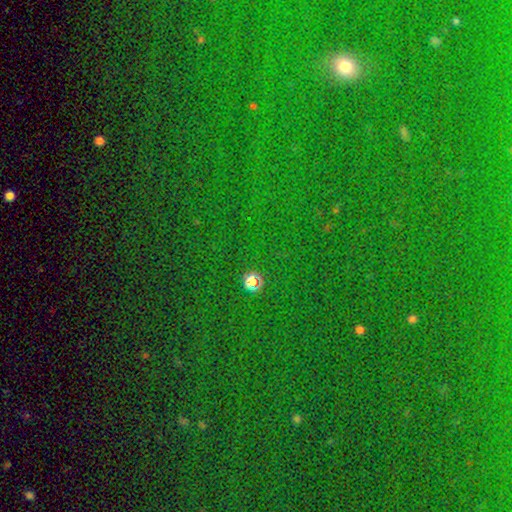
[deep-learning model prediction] Morphology: type=star or artifact (80%).